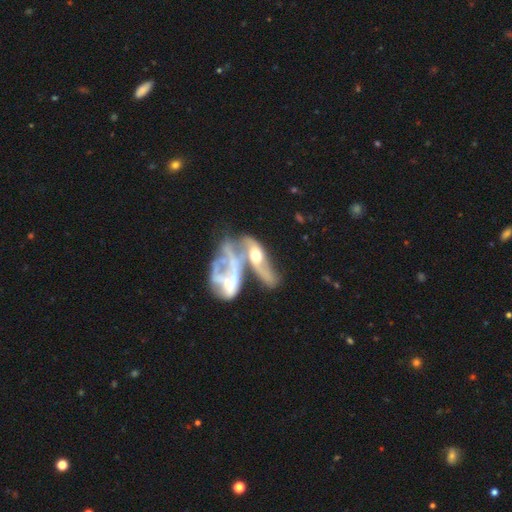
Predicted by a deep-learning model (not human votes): smooth-or-featured: featured or disk: 65% | smooth: 26% | star or artifact: 10%
  disk-edge-on: no: 88% | yes: 12%
    bar: no: 80% | weak: 15% | strong: 5%
    has-spiral-arms: no: 59% | yes: 41%
    bulge-size: moderate: 55% | small: 20% | large: 12% | none: 11% | dominant: 3%
  merging: merger: 64% | major disturbance: 19% | none: 10% | minor disturbance: 7%